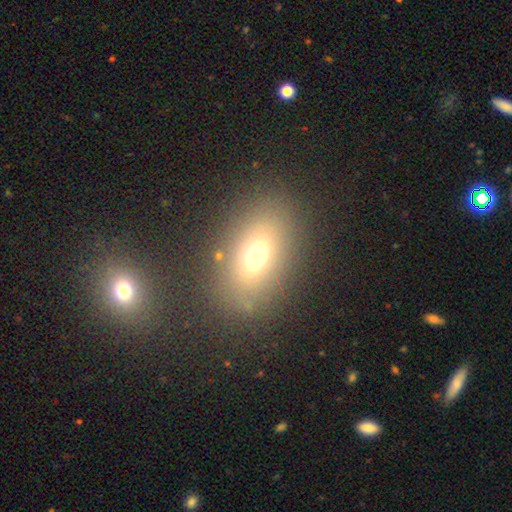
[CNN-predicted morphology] Smooth or featured: smooth — 68% (featured or disk — 18%)
How rounded: in between — 84% (round — 13%)
Merging: none — 79% (minor disturbance — 10%)